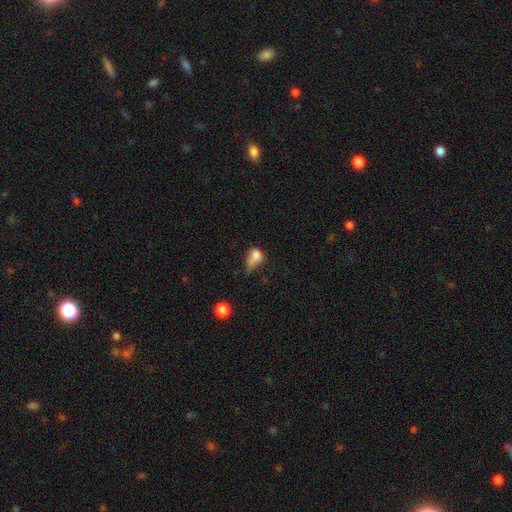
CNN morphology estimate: Q: Smooth or featured?
A: smooth (71%); runner-up: featured or disk (17%)
Q: How rounded?
A: in between (59%); runner-up: round (38%)
Q: Merging?
A: major disturbance (33%); runner-up: minor disturbance (29%)